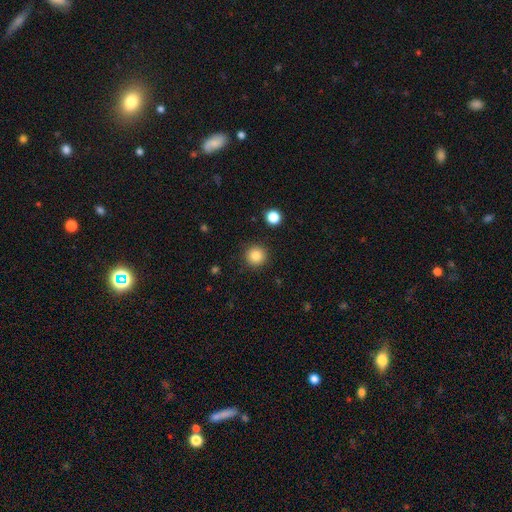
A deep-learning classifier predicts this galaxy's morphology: Overall: smooth (85%). How rounded: round (95%). Merging: none (91%).